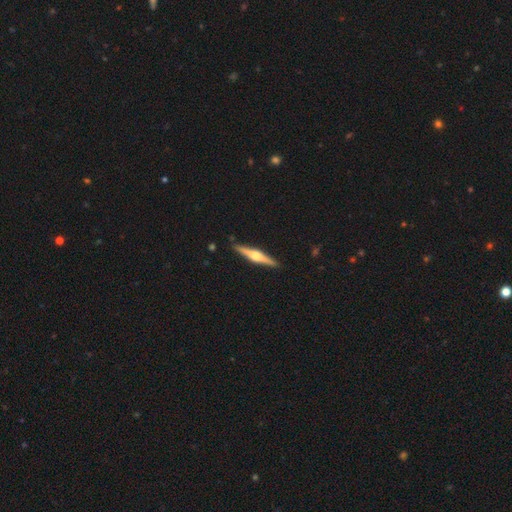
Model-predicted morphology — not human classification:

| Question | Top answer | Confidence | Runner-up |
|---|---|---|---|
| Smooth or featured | featured or disk | 75% | smooth (20%) |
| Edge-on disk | yes | 98% | no (2%) |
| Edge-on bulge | rounded | 89% | boxy (8%) |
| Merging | none | 91% | minor disturbance (7%) |